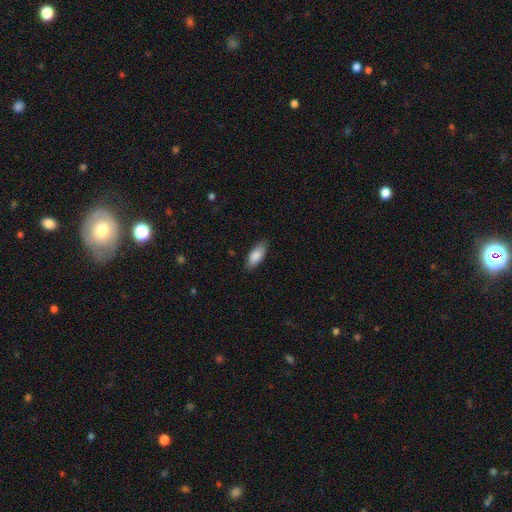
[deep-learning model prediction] Morphology: type=smooth (86%); roundness=in between (85%); merging=none (83%).